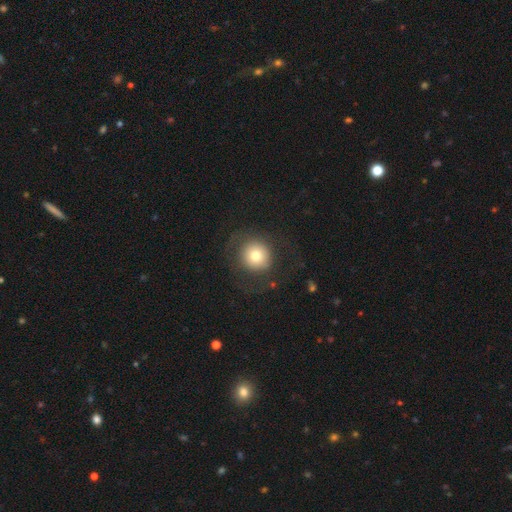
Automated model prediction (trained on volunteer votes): Morphology: type=smooth (70%); roundness=round (92%); merging=none (70%).